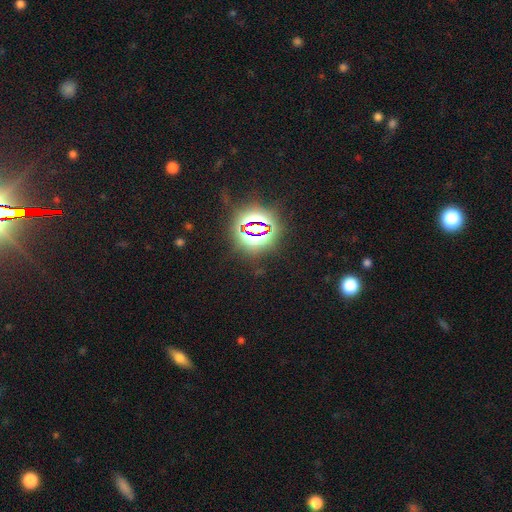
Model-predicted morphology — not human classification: A star or artifact, not a galaxy (82%).